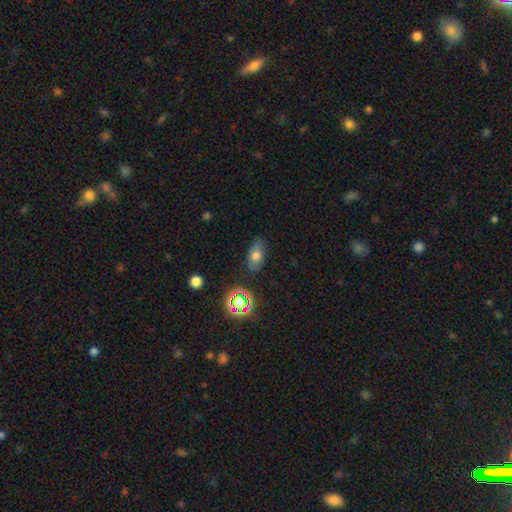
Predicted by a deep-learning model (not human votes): This appears to be a smooth galaxy with no disk features (68%) that is in between round and cigar-shaped (85%). Merging: none (79%).